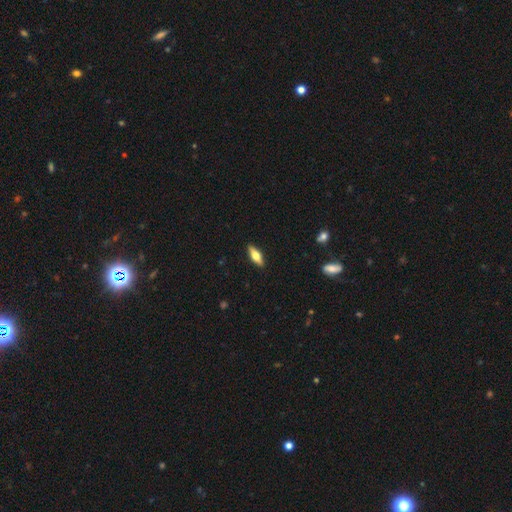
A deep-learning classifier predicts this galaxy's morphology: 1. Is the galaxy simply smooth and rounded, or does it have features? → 49% smooth, 44% featured or disk, 6% star or artifact.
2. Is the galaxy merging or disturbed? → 90% none, 7% minor disturbance, 2% major disturbance, 1% merger.